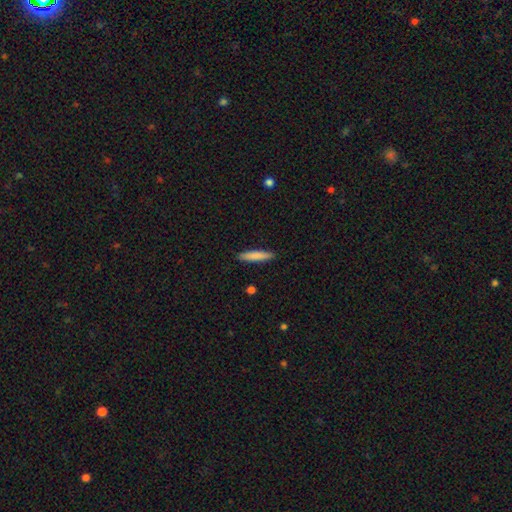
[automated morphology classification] smooth-or-featured: smooth: 81% | featured or disk: 13% | star or artifact: 6%
  how-rounded: cigar-shaped: 88% | in between: 11% | round: 1%
  merging: none: 90% | minor disturbance: 7% | major disturbance: 2% | merger: 1%